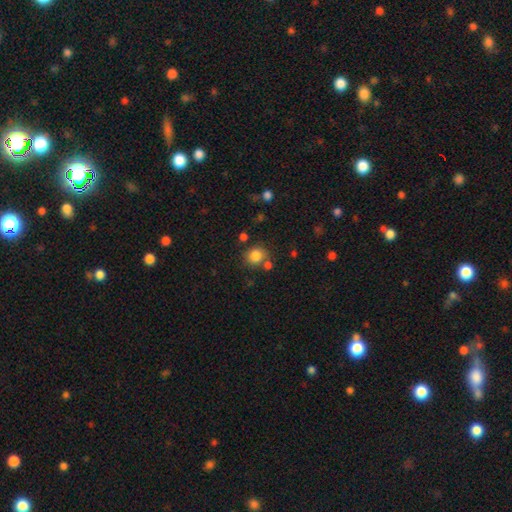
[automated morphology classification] This is clearly a smooth galaxy (83%). How rounded: clearly round (83%). Merging: likely none (71%).